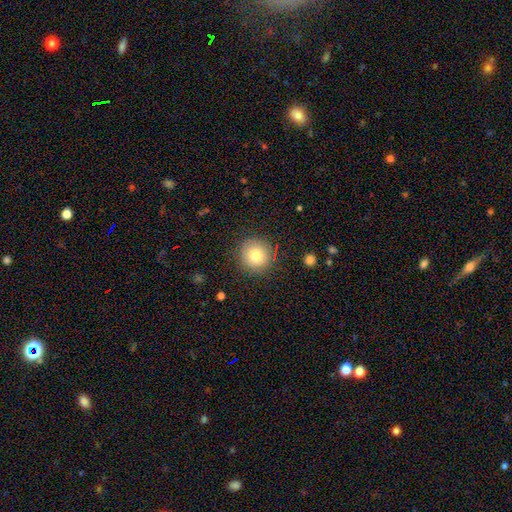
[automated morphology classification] Q: Smooth or featured?
A: smooth (77%); runner-up: featured or disk (12%)
Q: How rounded?
A: round (94%); runner-up: in between (5%)
Q: Merging?
A: none (87%); runner-up: minor disturbance (9%)